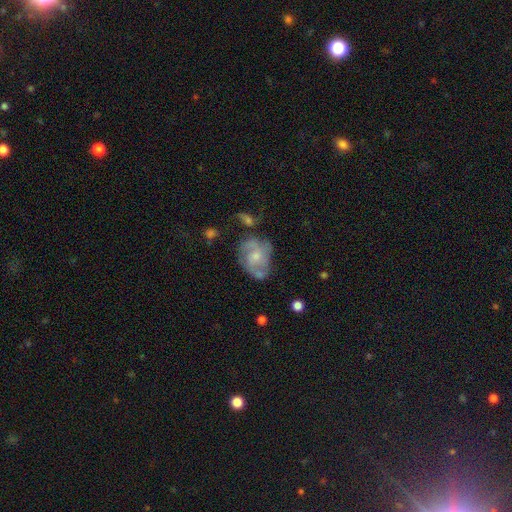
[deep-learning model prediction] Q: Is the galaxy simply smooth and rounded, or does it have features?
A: featured or disk — 64%.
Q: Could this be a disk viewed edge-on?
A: no — 97%.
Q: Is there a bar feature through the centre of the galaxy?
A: no — 71%.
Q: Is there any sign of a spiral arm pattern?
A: yes — 77%.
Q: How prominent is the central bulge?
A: small — 44%.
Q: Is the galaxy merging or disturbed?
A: none — 49%.